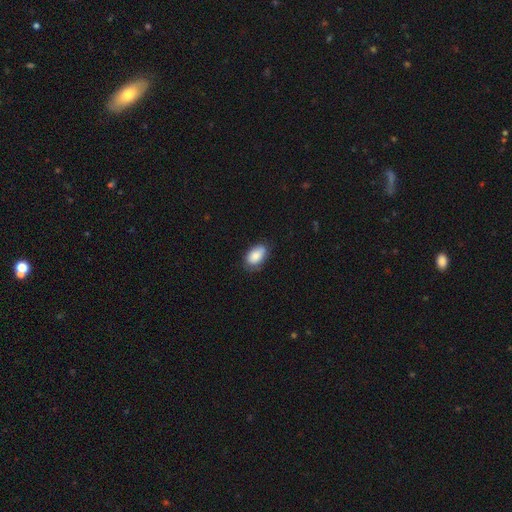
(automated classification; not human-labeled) smooth_or_featured: smooth (p=0.85) [alt: featured or disk p=0.08]
how_rounded: in between (p=0.92) [alt: round p=0.06]
merging: none (p=0.72) [alt: minor disturbance p=0.23]